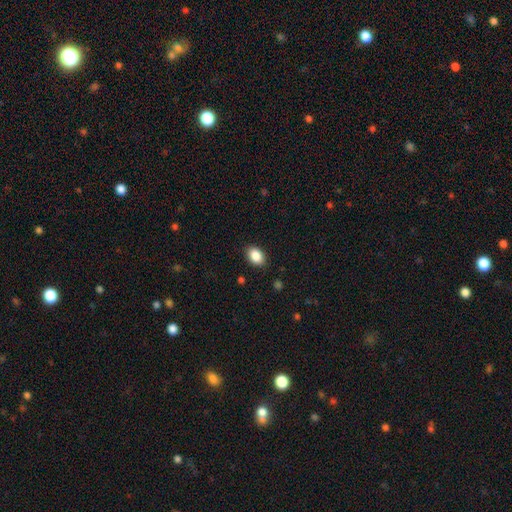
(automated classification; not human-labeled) A smooth galaxy with no disk features (88%) that is in between round and cigar-shaped (81%).

Vote fractions:
- Smooth or featured? smooth: 88% / star or artifact: 8% / featured or disk: 4%
- How rounded? in between: 81% / round: 18% / cigar-shaped: 1%
- Merging? none: 87% / minor disturbance: 9% / major disturbance: 2% / merger: 1%